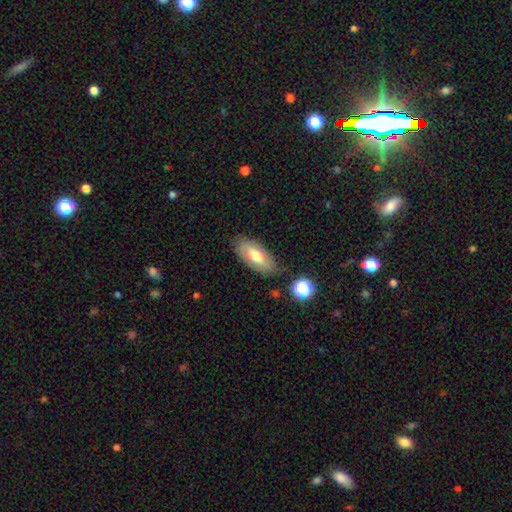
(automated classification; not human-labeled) smooth_or_featured: smooth (p=0.68) [alt: featured or disk p=0.25]
how_rounded: in between (p=0.89) [alt: cigar-shaped p=0.08]
merging: none (p=0.80) [alt: minor disturbance p=0.14]